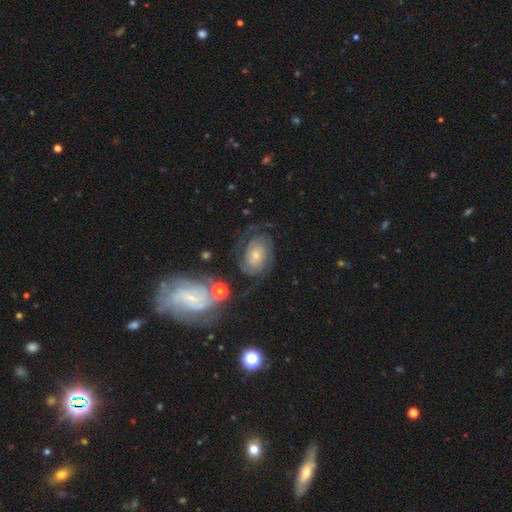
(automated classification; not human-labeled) smooth_or_featured: featured or disk (p=0.77) [alt: smooth p=0.16]
disk_edge_on: no (p=0.97) [alt: yes p=0.03]
bar: no (p=0.72) [alt: weak p=0.22]
has_spiral_arms: yes (p=0.93) [alt: no p=0.07]
spiral_winding: tight (p=0.62) [alt: medium p=0.29]
spiral_arm_count: 2 (p=0.51) [alt: can't tell p=0.25]
bulge_size: small (p=0.61) [alt: moderate p=0.29]
merging: none (p=0.64) [alt: minor disturbance p=0.17]